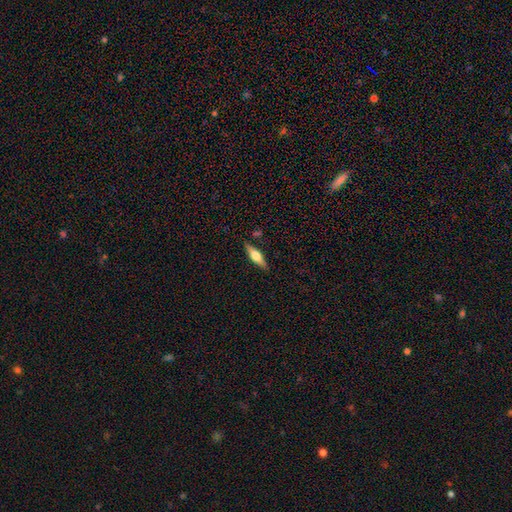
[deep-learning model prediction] Morphology: type=featured or disk (53%); edge-on=yes (94%); merging=none (86%).